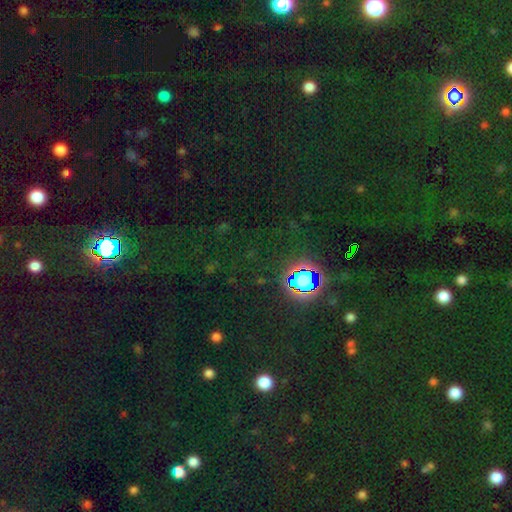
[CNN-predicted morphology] type=star or artifact (79%).